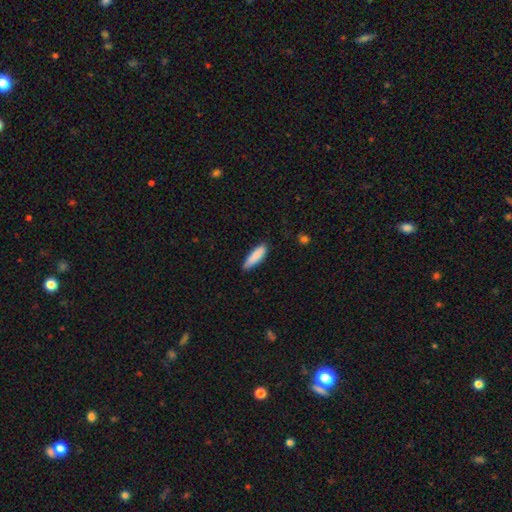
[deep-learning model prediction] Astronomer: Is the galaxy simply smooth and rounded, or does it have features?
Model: smooth — 87%.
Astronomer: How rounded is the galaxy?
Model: cigar-shaped — 67%.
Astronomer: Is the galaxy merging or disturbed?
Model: none — 79%.